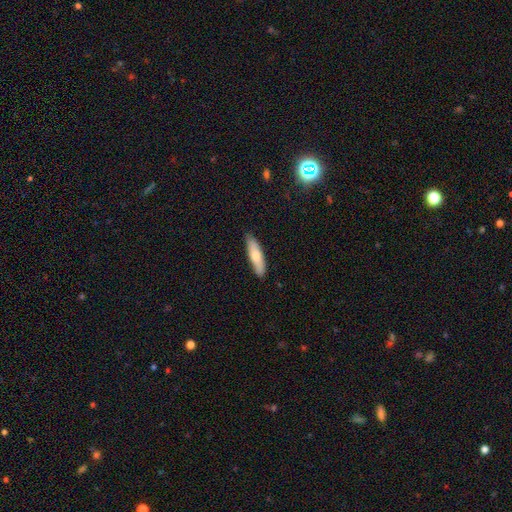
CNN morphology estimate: Smooth or featured?
  - smooth: 70% *
  - featured or disk: 24%
  - star or artifact: 5%
How rounded?
  - cigar-shaped: 68% *
  - in between: 30%
  - round: 2%
Merging?
  - none: 86% *
  - minor disturbance: 11%
  - major disturbance: 2%
  - merger: 1%